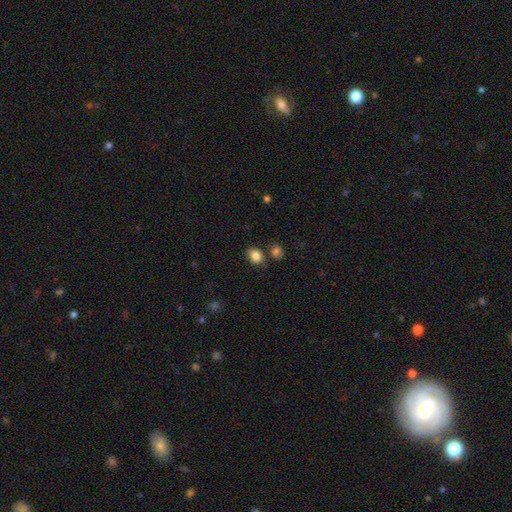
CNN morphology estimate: smooth-or-featured: smooth: 84% | star or artifact: 10% | featured or disk: 6%
  how-rounded: in between: 53% | round: 46% | cigar-shaped: 1%
  merging: none: 71% | minor disturbance: 15% | merger: 9% | major disturbance: 4%